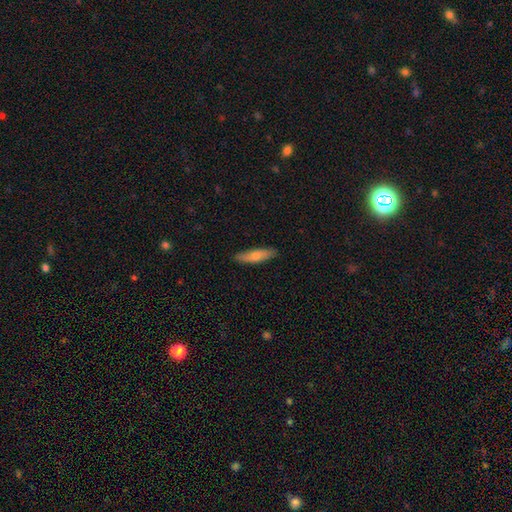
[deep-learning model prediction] This appears to be a smooth galaxy with no disk features (70%) that is cigar-shaped (70%). Merging: none (87%).